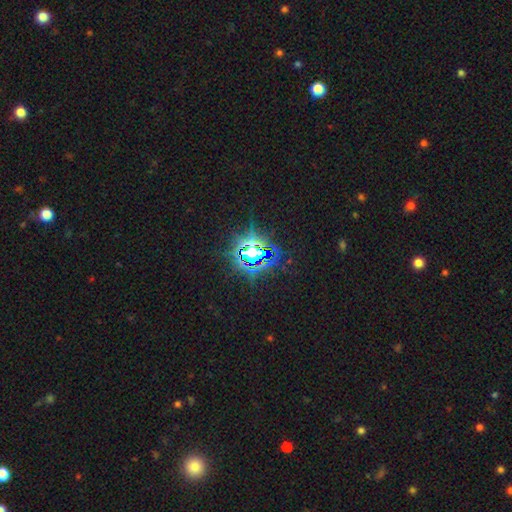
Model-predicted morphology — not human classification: Overall: star or artifact (81%).